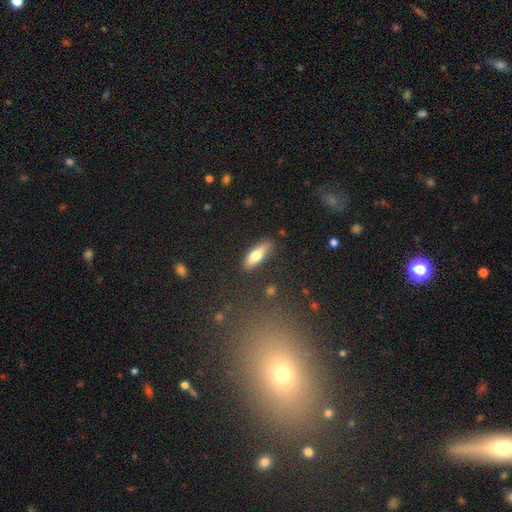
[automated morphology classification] Smooth or featured? smooth (69%)
How rounded? cigar-shaped (50%)
Merging? none (84%)